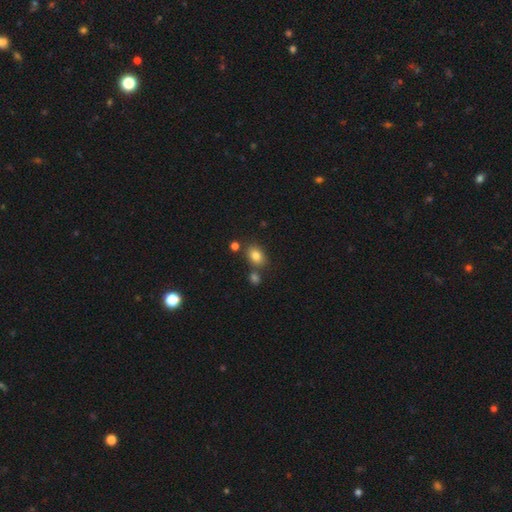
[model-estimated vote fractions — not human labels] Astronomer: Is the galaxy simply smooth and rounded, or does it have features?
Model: smooth — 82%.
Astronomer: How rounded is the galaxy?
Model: in between — 75%.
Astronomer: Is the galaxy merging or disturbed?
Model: none — 70%.